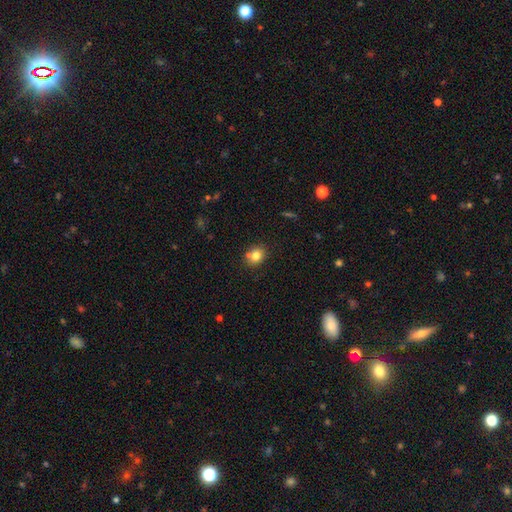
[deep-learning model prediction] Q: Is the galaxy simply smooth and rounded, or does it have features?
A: smooth — 79%.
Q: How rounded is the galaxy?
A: round — 66%.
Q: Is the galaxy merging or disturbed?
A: none — 68%.